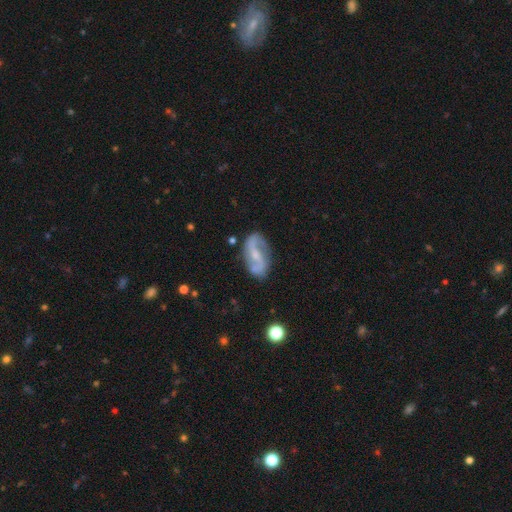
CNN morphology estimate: type=featured or disk (82%); edge-on=no (96%); bar=weak (43%); spiral arms=yes (94%); winding=loose (50%); arm count=2 (91%); bulge=small (53%); merging=none (78%).